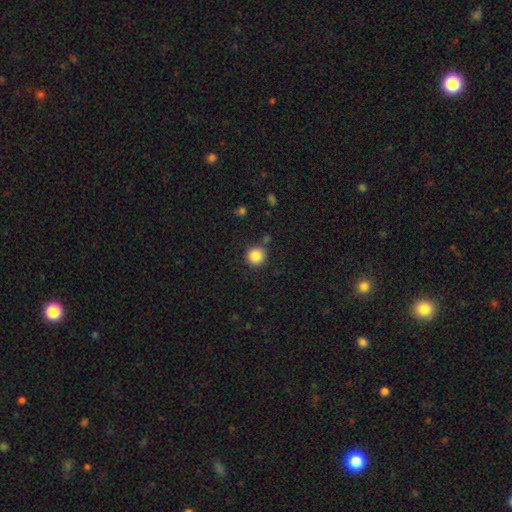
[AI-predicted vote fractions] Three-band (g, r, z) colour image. It shows a smooth galaxy with no disk features (86%) that is round (94%). Merging: none (85%).